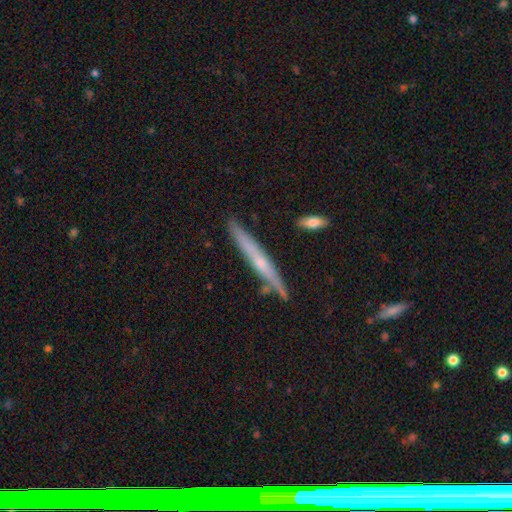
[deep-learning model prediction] This is likely a featured or disk galaxy (63%). It is clearly viewed edge-on (93%). Edge-on bulge: possibly rounded (57%). Merging: clearly none (83%).